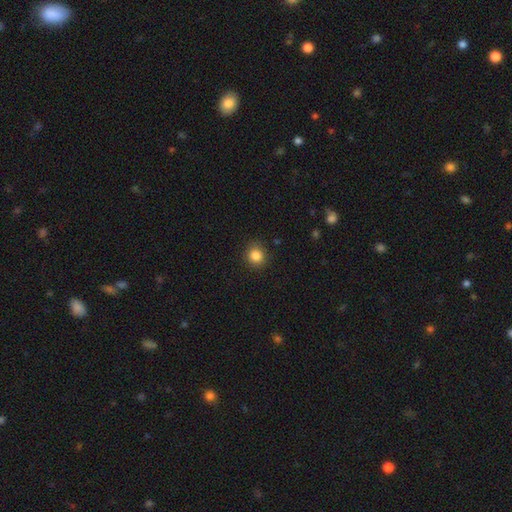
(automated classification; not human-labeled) smooth_or_featured: smooth (p=0.85) [alt: star or artifact p=0.11]
how_rounded: round (p=0.86) [alt: in between p=0.13]
merging: none (p=0.87) [alt: minor disturbance p=0.09]